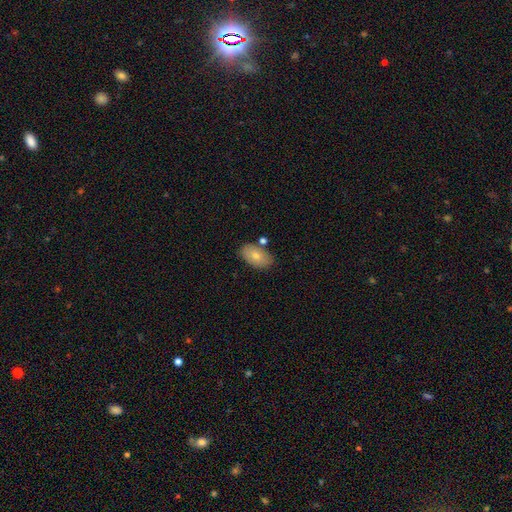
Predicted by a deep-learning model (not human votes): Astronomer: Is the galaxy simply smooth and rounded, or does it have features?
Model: smooth — 75%.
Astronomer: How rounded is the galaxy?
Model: in between — 91%.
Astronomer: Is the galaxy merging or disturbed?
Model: none — 75%.